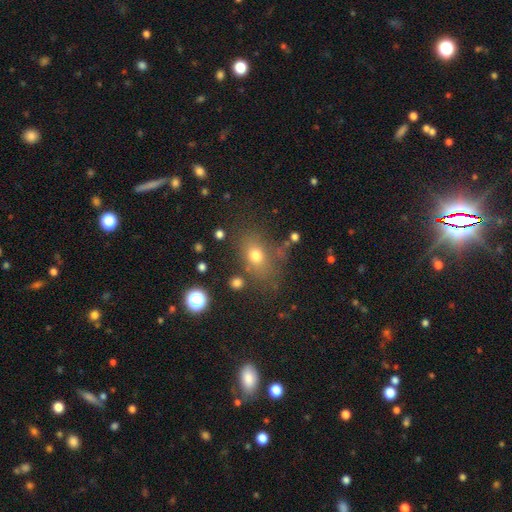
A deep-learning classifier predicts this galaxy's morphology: Overall: smooth (70%). How rounded: in between (64%; round 33%). Merging: none (69%).